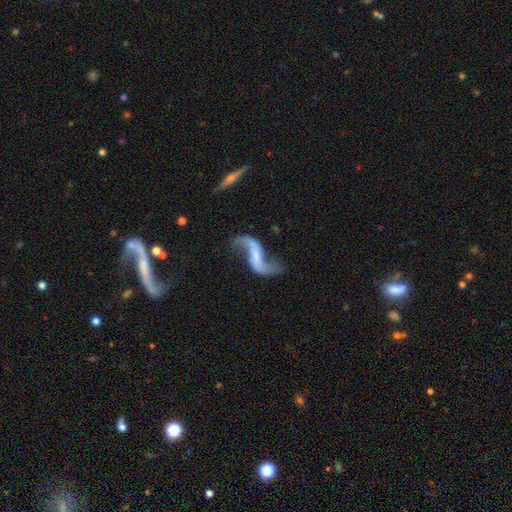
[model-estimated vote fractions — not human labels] A featured or disk galaxy (88%) with a weak bar (40%), 2 (92%) loose (93%) spiral arms (94%) and no central bulge (41%). Merging: none (67%).